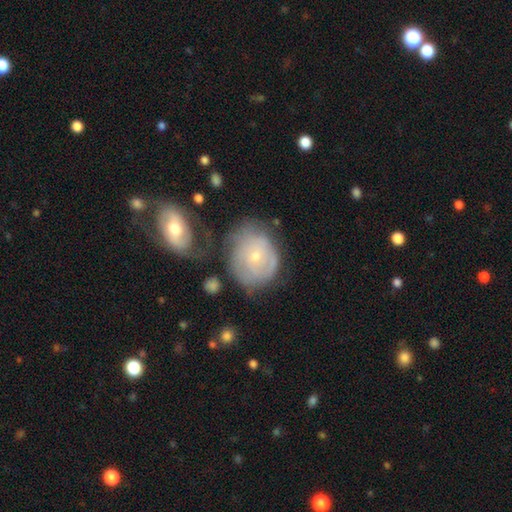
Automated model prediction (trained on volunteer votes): A featured or disk galaxy (54%) with no bar (79%), spiral arms (62%) and a small central bulge (68%). Merging: none (48%).